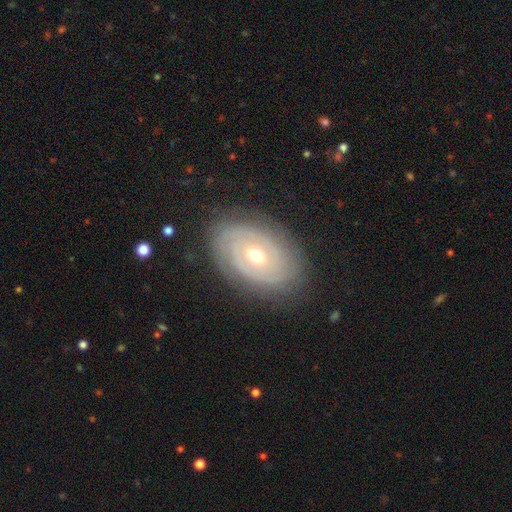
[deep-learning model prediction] Smooth or featured?
  - featured or disk: 80% *
  - smooth: 13%
  - star or artifact: 7%
Edge-on disk?
  - no: 95% *
  - yes: 5%
Bar?
  - no: 74% *
  - weak: 20%
  - strong: 6%
Spiral arms?
  - yes: 85% *
  - no: 15%
Spiral winding?
  - tight: 81% *
  - medium: 15%
  - loose: 4%
Spiral arm count?
  - 2: 36% *
  - can't tell: 34%
  - 3: 14%
  - 4: 6%
  - 1: 5%
  - more than 4: 5%
Bulge size?
  - moderate: 61% *
  - small: 36%
  - large: 2%
  - dominant: 1%
  - none: 1%
Merging?
  - none: 84% *
  - minor disturbance: 12%
  - major disturbance: 4%
  - merger: 1%